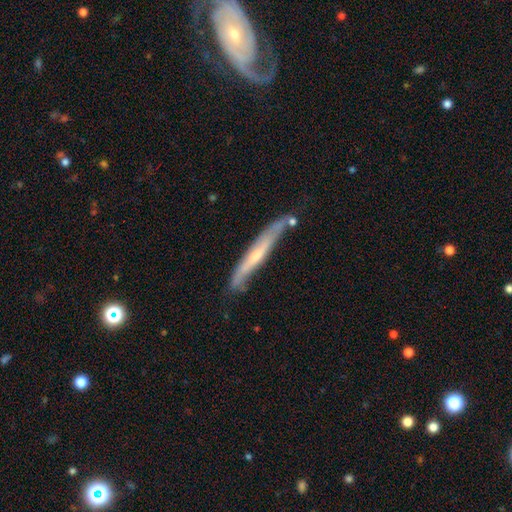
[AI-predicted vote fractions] featured or disk 56%, smooth 38%, star or artifact 6%. Down the decision tree: edge-on disk — yes (82%); merging — none (66%).